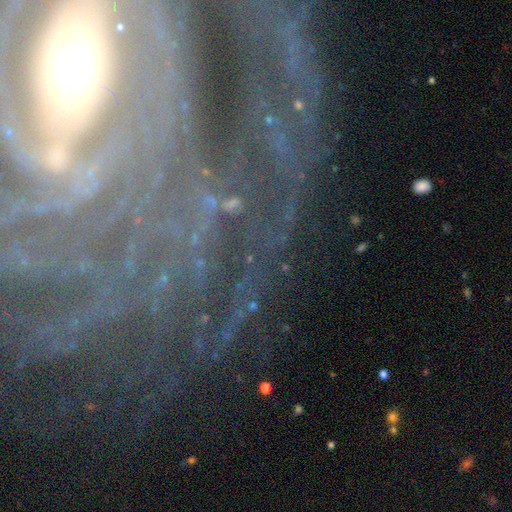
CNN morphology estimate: Q: Smooth or featured?
A: featured or disk (63%); runner-up: star or artifact (25%)
Q: Edge-on disk?
A: no (89%); runner-up: yes (11%)
Q: Bar?
A: no (42%); runner-up: strong (31%)
Q: Spiral arms?
A: yes (92%); runner-up: no (8%)
Q: Spiral winding?
A: tight (76%); runner-up: medium (18%)
Q: Spiral arm count?
A: can't tell (26%); runner-up: 2 (16%)
Q: Bulge size?
A: small (61%); runner-up: moderate (24%)
Q: Merging?
A: none (73%); runner-up: minor disturbance (13%)